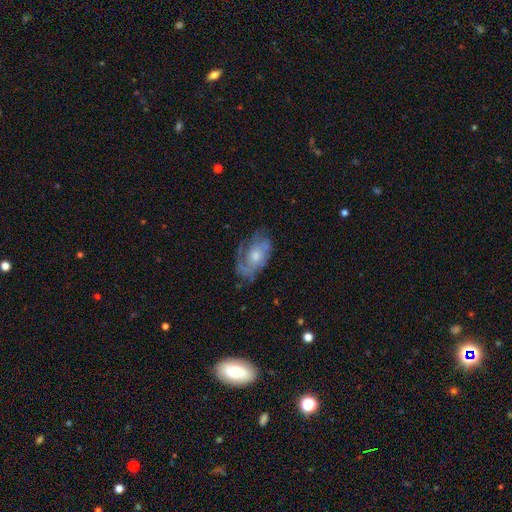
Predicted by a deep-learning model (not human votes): This appears to be a featured or disk galaxy (74%) with no bar (77%), 2 (35%) tight (47%) spiral arms (86%) and a moderate central bulge (56%). Merging: none (65%).